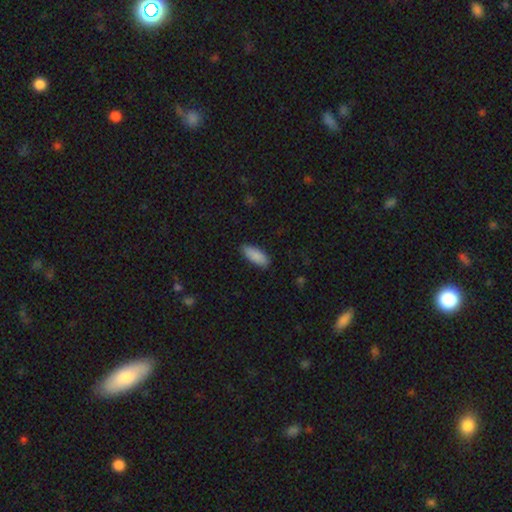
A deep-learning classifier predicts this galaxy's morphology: Q: Smooth or featured?
A: smooth (89%); runner-up: star or artifact (6%)
Q: How rounded?
A: in between (78%); runner-up: cigar-shaped (20%)
Q: Merging?
A: none (85%); runner-up: minor disturbance (11%)